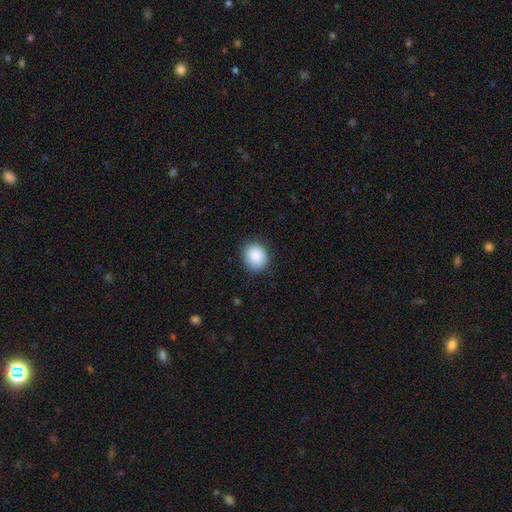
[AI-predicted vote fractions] smooth 89%, star or artifact 8%, featured or disk 3%. Down the decision tree: how rounded — round (70%); merging — none (86%).